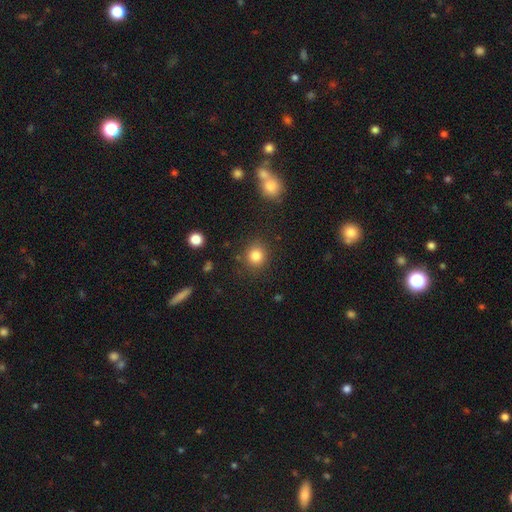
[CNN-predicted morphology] smooth-or-featured: smooth: 84% | star or artifact: 11% | featured or disk: 5%
  how-rounded: round: 86% | in between: 13% | cigar-shaped: 1%
  merging: none: 86% | minor disturbance: 8% | major disturbance: 3% | merger: 2%